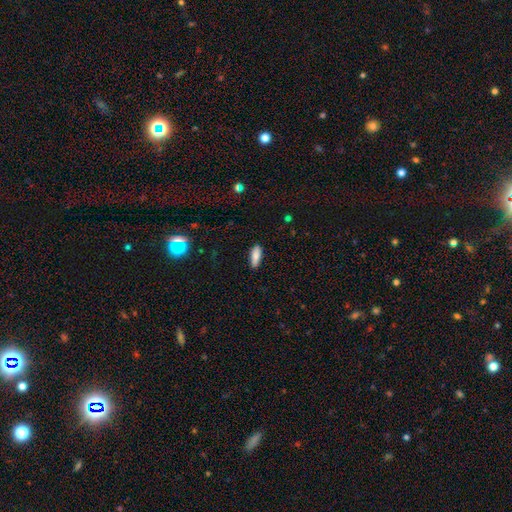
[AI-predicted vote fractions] smooth_or_featured: smooth (p=0.84) [alt: featured or disk p=0.08]
how_rounded: in between (p=0.71) [alt: cigar-shaped p=0.27]
merging: none (p=0.85) [alt: minor disturbance p=0.11]